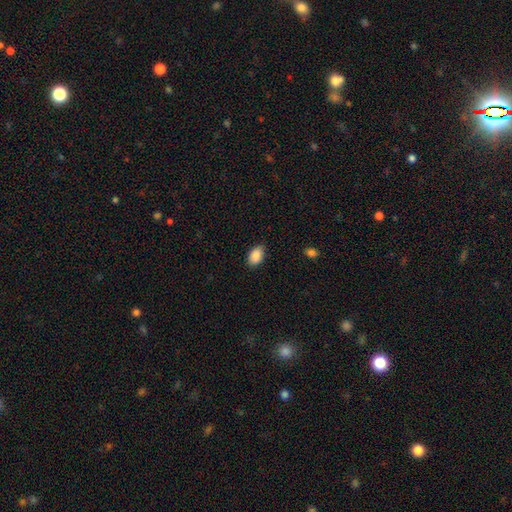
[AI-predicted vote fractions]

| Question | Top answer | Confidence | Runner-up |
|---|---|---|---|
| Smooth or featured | smooth | 89% | star or artifact (7%) |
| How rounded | in between | 90% | round (9%) |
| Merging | none | 84% | minor disturbance (13%) |